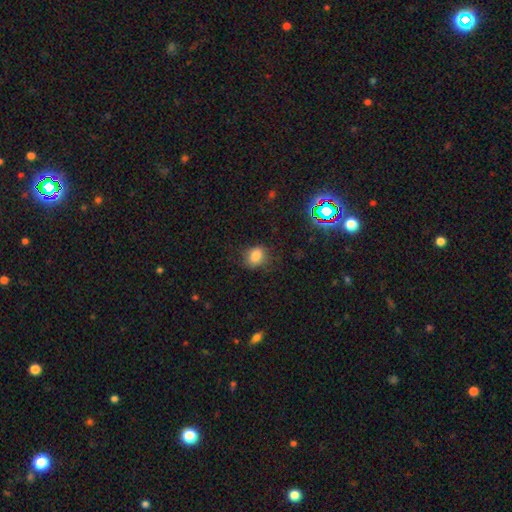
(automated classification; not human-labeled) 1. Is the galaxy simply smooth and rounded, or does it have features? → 81% smooth, 12% star or artifact, 7% featured or disk.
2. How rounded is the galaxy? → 56% round, 43% in between, 1% cigar-shaped.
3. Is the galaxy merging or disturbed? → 75% none, 18% minor disturbance, 6% major disturbance, 1% merger.